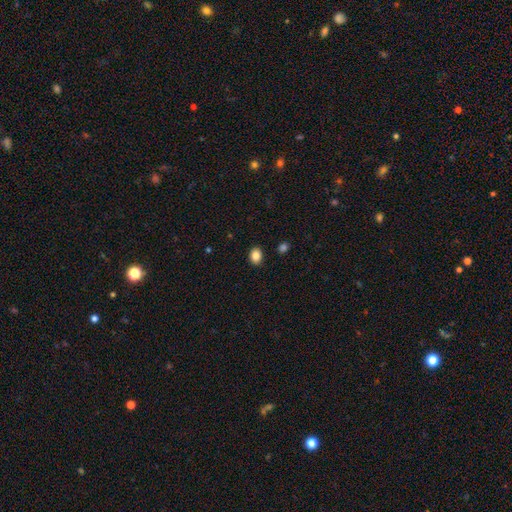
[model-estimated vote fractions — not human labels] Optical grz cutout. It shows a smooth galaxy with no disk features (86%) that is in between round and cigar-shaped (60%). Merging: none (89%).